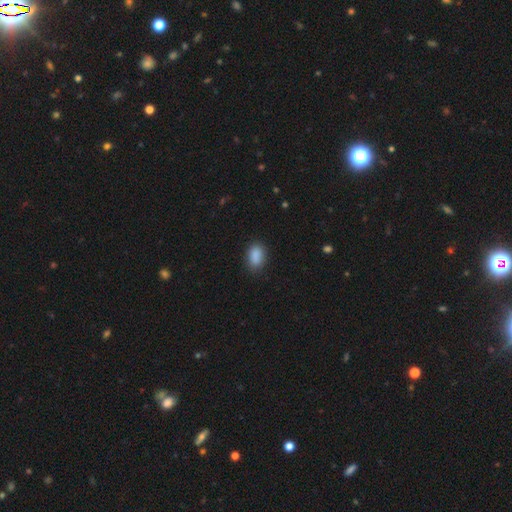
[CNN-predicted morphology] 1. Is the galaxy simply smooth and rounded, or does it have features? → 89% smooth, 8% star or artifact, 3% featured or disk.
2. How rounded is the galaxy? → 86% in between, 12% round, 2% cigar-shaped.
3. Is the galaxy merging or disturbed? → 84% none, 12% minor disturbance, 3% major disturbance, 1% merger.